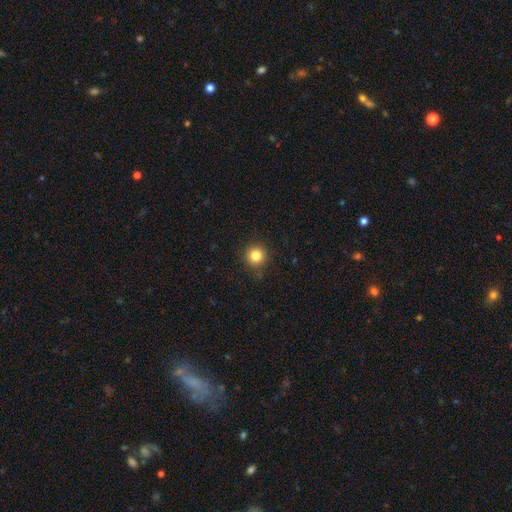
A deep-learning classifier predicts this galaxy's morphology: Smooth or featured? smooth (83%)
How rounded? round (94%)
Merging? none (89%)